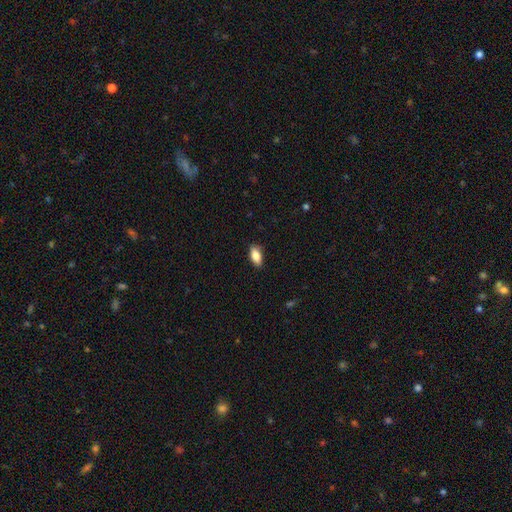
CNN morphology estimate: A smooth galaxy with no disk features (83%) that is in between round and cigar-shaped (86%). Merging: none (86%).